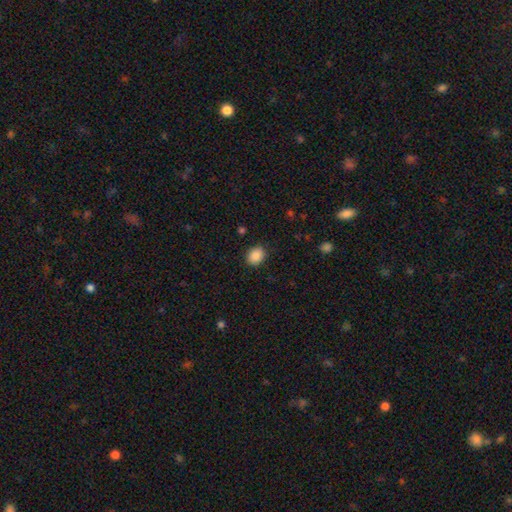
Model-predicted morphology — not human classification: Overall: smooth (88%). How rounded: round (50%; in between 49%). Merging: none (87%).